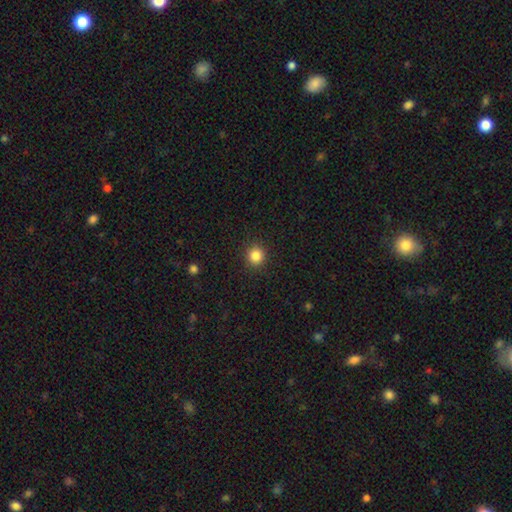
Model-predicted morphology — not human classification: This appears to be a smooth galaxy with no disk features (85%) that is round (92%). Merging: none (91%).